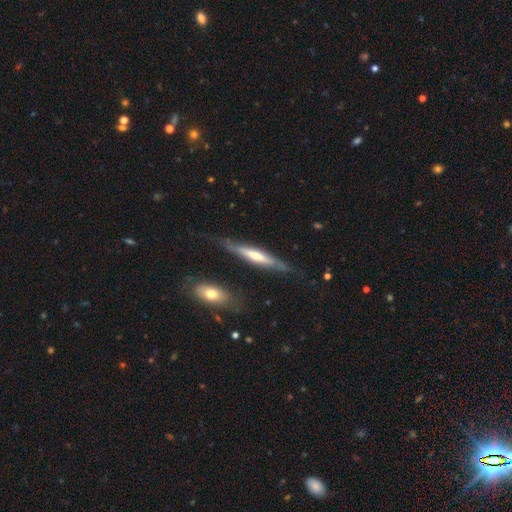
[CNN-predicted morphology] Overall: featured or disk (63%; smooth 31%). Edge-on disk: yes (85%). Edge-on bulge: rounded (54%; none 30%). Merging: none (72%).